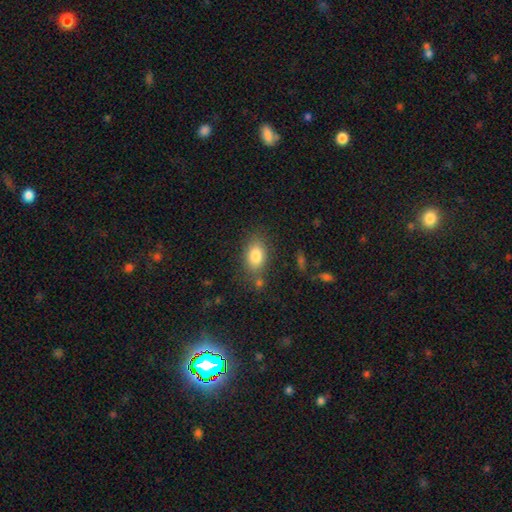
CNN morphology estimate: A smooth galaxy with no disk features (83%) that is in between round and cigar-shaped (86%). Merging: none (74%).